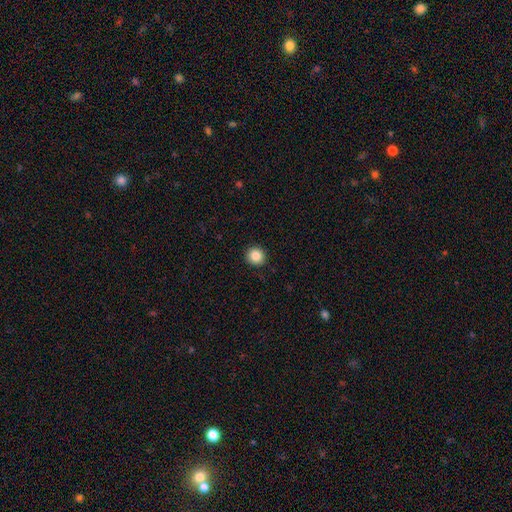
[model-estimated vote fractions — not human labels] A smooth galaxy with no disk features (86%) that is round (92%). Merging: none (91%).